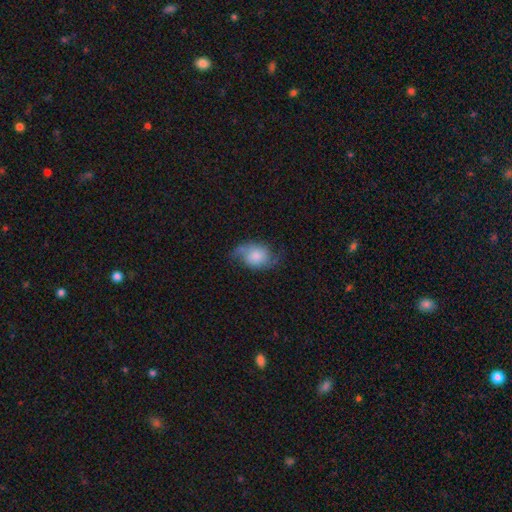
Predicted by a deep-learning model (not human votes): smooth_or_featured: featured or disk (p=0.60) [alt: smooth p=0.32]
disk_edge_on: no (p=0.96) [alt: yes p=0.04]
bar: no (p=0.71) [alt: weak p=0.25]
has_spiral_arms: yes (p=0.91) [alt: no p=0.09]
spiral_winding: loose (p=0.51) [alt: medium p=0.36]
spiral_arm_count: 2 (p=0.85) [alt: 1 p=0.07]
bulge_size: moderate (p=0.30) [alt: small p=0.28]
merging: none (p=0.61) [alt: minor disturbance p=0.24]